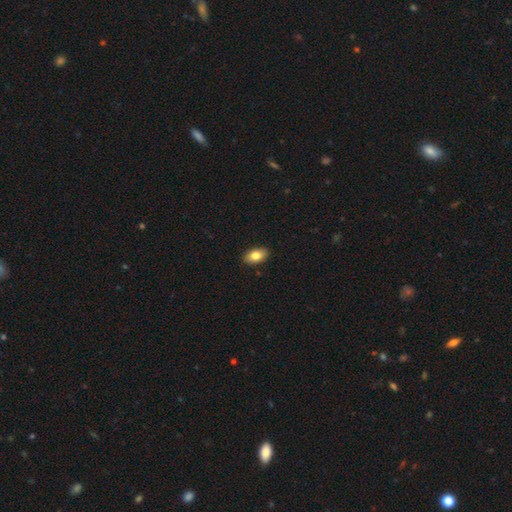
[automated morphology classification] Smooth or featured: smooth — 81% (featured or disk — 12%)
How rounded: in between — 92% (round — 6%)
Merging: none — 90% (minor disturbance — 8%)